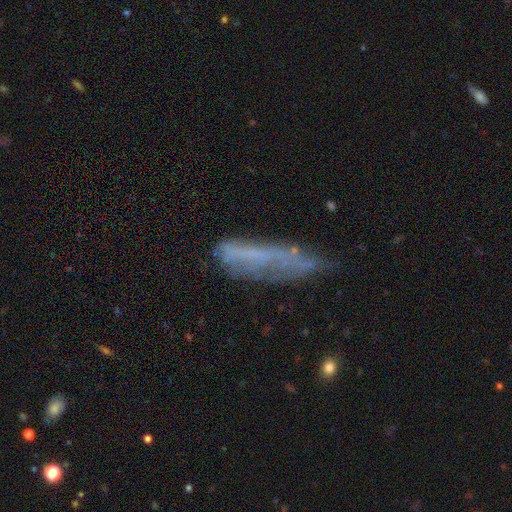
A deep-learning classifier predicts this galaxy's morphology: Smooth or featured? smooth (45%)
Merging? none (47%)